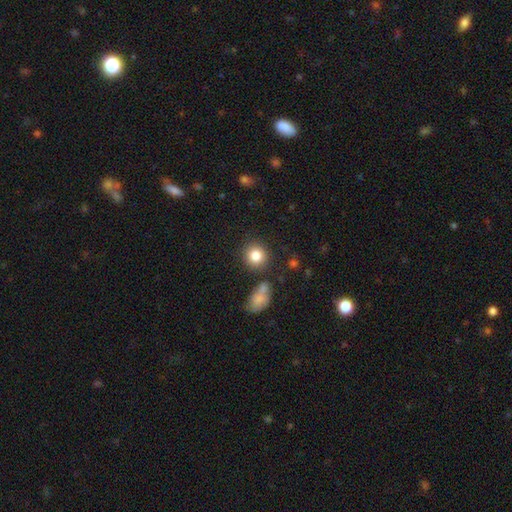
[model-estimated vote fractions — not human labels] Smooth or featured: smooth — 84% (star or artifact — 9%)
How rounded: round — 87% (in between — 12%)
Merging: none — 81% (minor disturbance — 9%)